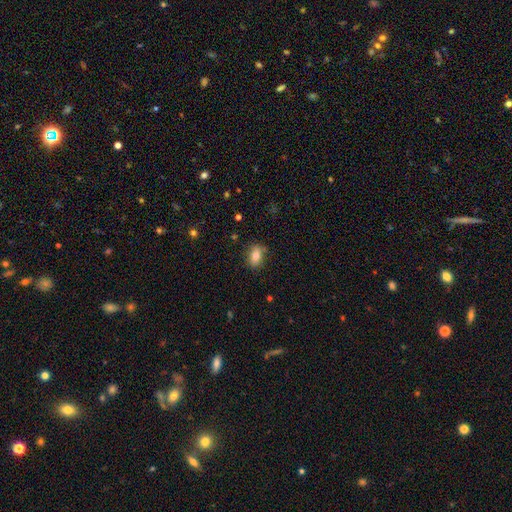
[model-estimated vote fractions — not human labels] Smooth or featured? smooth (75%)
How rounded? in between (80%)
Merging? none (83%)